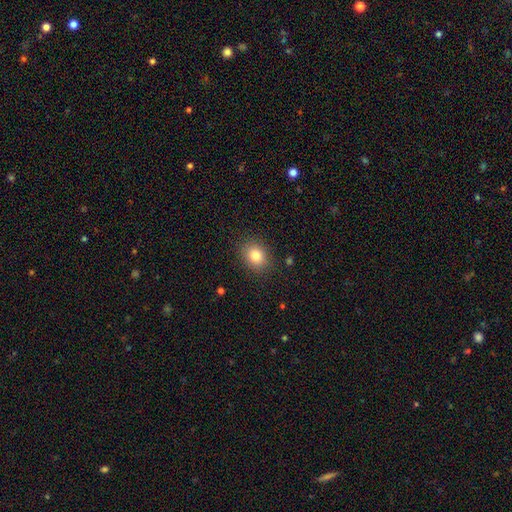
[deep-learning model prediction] Q: Smooth or featured?
A: smooth (82%); runner-up: star or artifact (10%)
Q: How rounded?
A: in between (50%); runner-up: round (49%)
Q: Merging?
A: none (87%); runner-up: minor disturbance (9%)